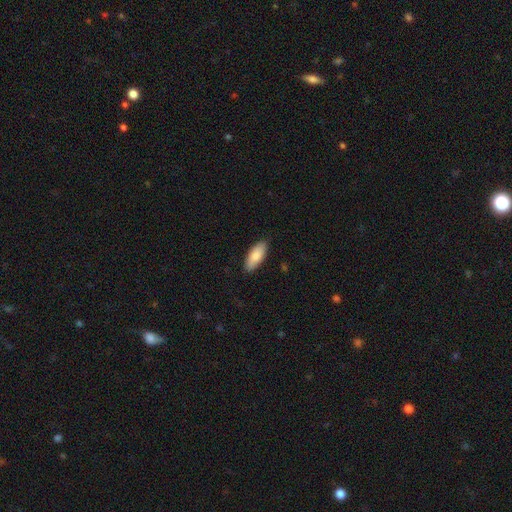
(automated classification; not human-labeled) Smooth or featured? smooth (84%)
How rounded? in between (81%)
Merging? none (87%)